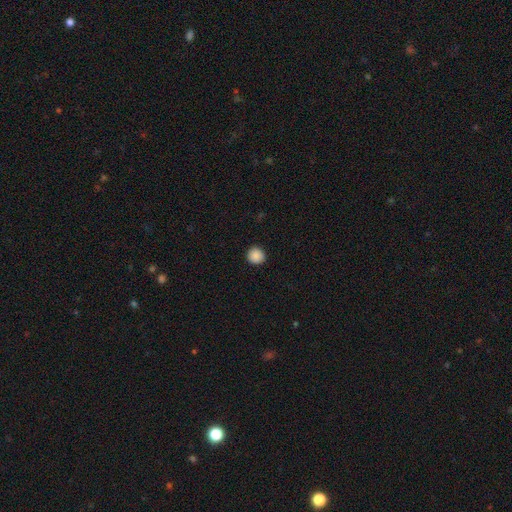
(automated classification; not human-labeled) The model was most divided on "smooth or featured": smooth: 89%, star or artifact: 9%, featured or disk: 3%. More confident: how rounded — round (94%); merging — none (93%).